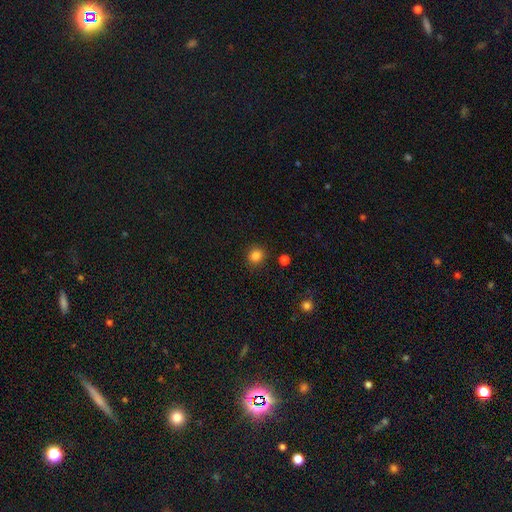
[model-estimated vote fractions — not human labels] Smooth or featured? smooth (85%)
How rounded? round (83%)
Merging? none (88%)